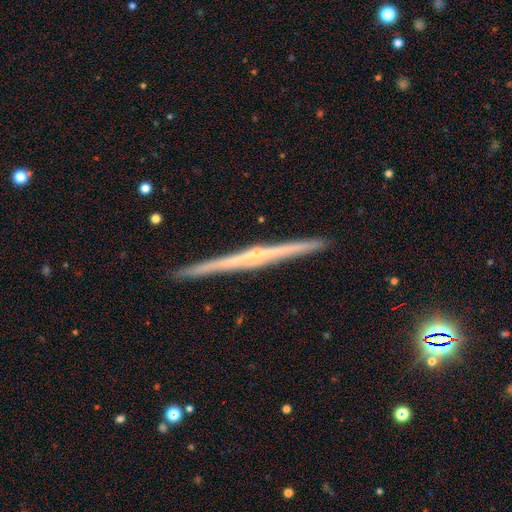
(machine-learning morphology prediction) Smooth or featured? Predicted: featured or disk (p=0.82). Edge-on disk? Predicted: yes (p=0.98). Edge-on bulge? Predicted: rounded (p=0.60). Merging? Predicted: none (p=0.93).